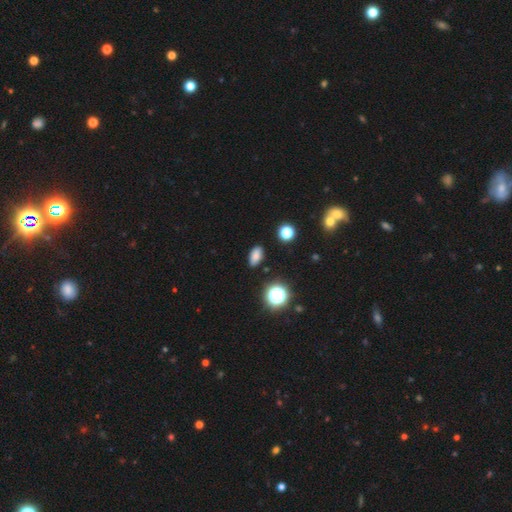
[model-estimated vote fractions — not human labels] A smooth galaxy with no disk features (79%) that is in between round and cigar-shaped (87%).

Vote fractions:
- Smooth or featured? smooth: 79% / star or artifact: 15% / featured or disk: 6%
- How rounded? in between: 87% / round: 9% / cigar-shaped: 4%
- Merging? none: 86% / minor disturbance: 10% / major disturbance: 2% / merger: 2%